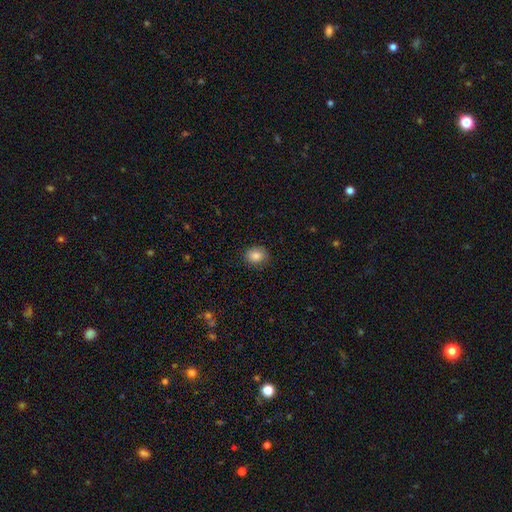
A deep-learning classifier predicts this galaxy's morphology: smooth 85%, star or artifact 9%, featured or disk 6%. Down the decision tree: how rounded — round (56%); merging — none (85%).